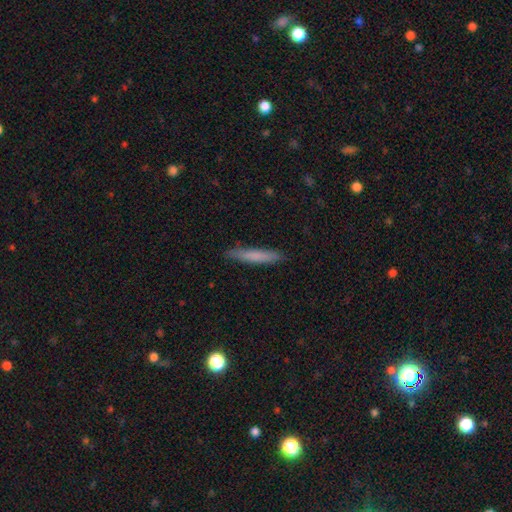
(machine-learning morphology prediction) Overall: smooth (75%). How rounded: cigar-shaped (93%). Merging: none (87%).